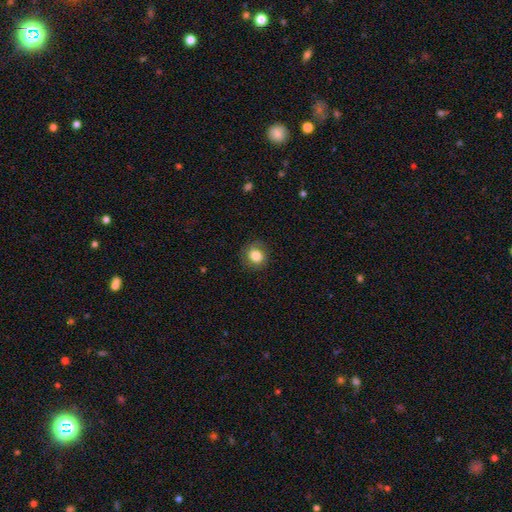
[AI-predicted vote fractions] This appears to be a smooth galaxy with no disk features (83%) that is round (77%). Merging: none (81%).